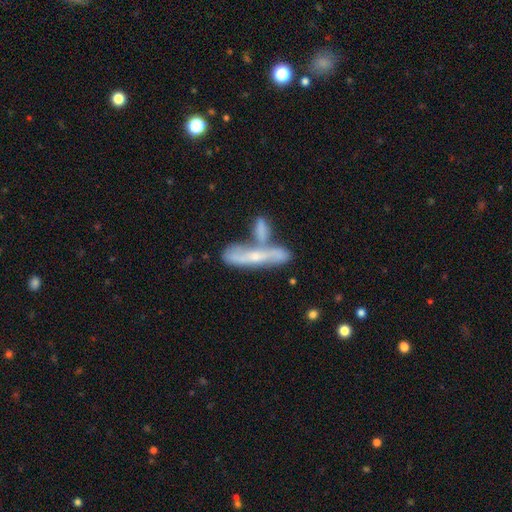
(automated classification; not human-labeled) Morphology: type=featured or disk (58%); edge-on=yes (67%); merging=merger (45%).